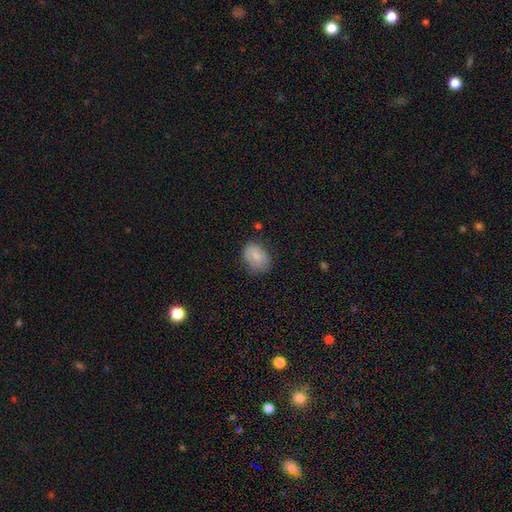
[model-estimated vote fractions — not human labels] Morphology: type=smooth (74%); roundness=in between (77%); merging=none (64%).